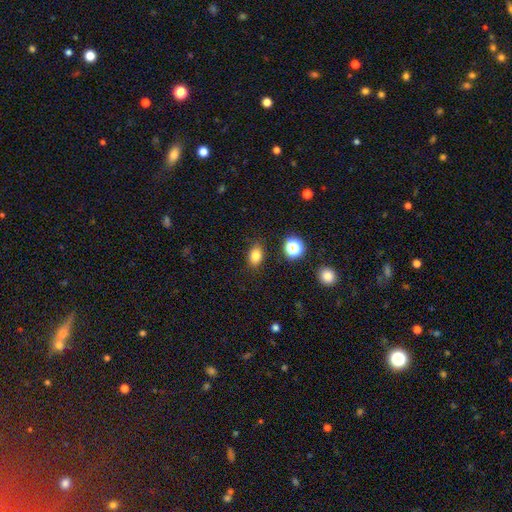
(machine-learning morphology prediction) Smooth or featured?
  - smooth: 80% *
  - star or artifact: 13%
  - featured or disk: 7%
How rounded?
  - in between: 75% *
  - round: 23%
  - cigar-shaped: 2%
Merging?
  - none: 85% *
  - minor disturbance: 10%
  - major disturbance: 3%
  - merger: 2%